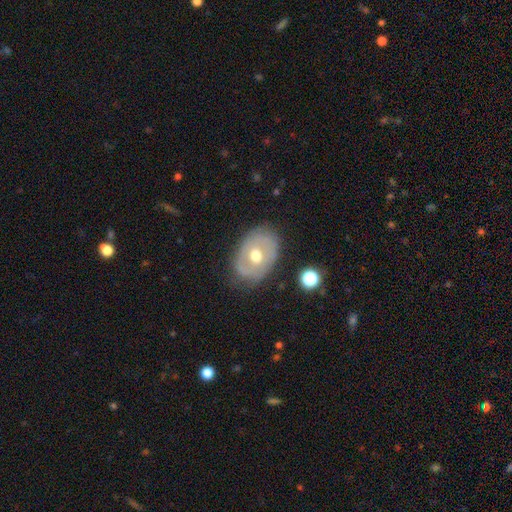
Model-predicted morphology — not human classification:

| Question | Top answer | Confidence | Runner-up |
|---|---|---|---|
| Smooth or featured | featured or disk | 54% | smooth (39%) |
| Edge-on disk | no | 93% | yes (7%) |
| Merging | none | 70% | minor disturbance (21%) |